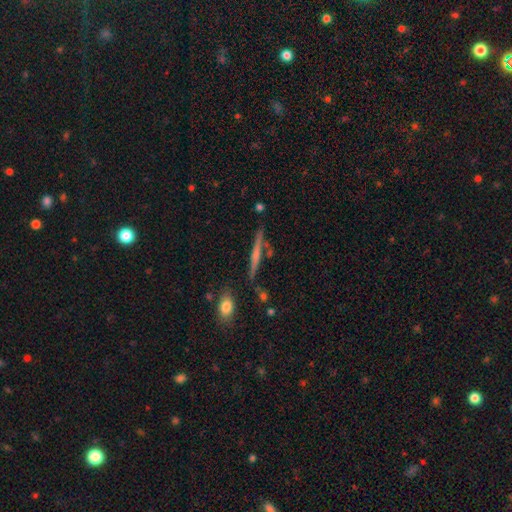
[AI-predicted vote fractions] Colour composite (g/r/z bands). It shows a featured or disk galaxy (53%) viewed edge-on (96%) with no central bulge (56%). Merging: none (79%).